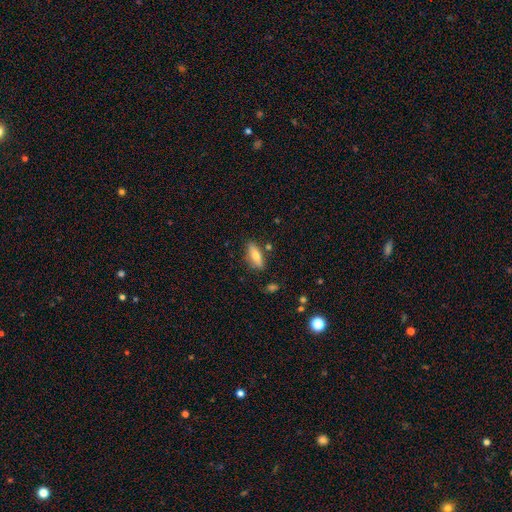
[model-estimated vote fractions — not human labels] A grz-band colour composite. It shows a smooth galaxy with no disk features (69%) that is in between round and cigar-shaped (62%). Merging: none (81%).